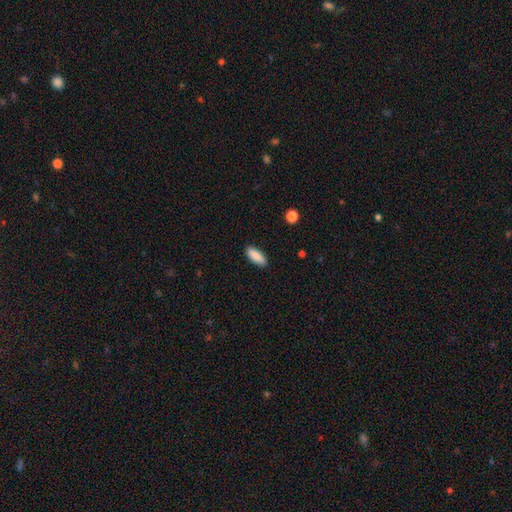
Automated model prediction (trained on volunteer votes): The model was most divided on "how rounded": in between: 73%, cigar-shaped: 25%, round: 2%. More confident: merging — none (89%); smooth or featured — smooth (88%).